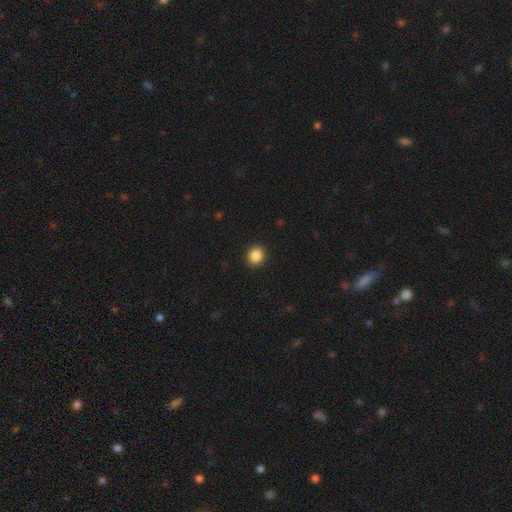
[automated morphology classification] The model was most divided on "how rounded": round: 78%, in between: 21%, cigar-shaped: 1%. More confident: merging — none (92%); smooth or featured — smooth (87%).